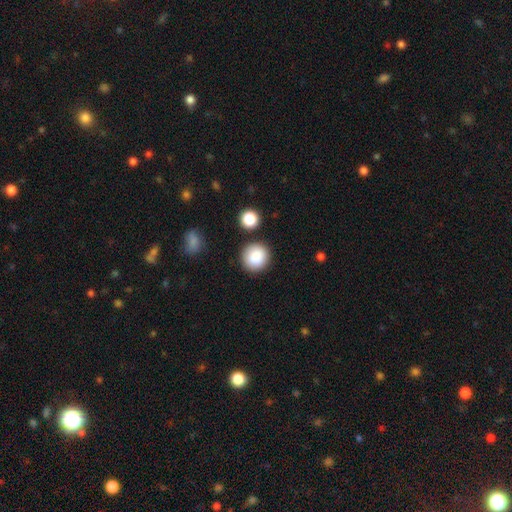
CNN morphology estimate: smooth-or-featured: smooth: 88% | star or artifact: 8% | featured or disk: 5%
  how-rounded: round: 92% | in between: 7% | cigar-shaped: 1%
  merging: none: 85% | minor disturbance: 8% | merger: 5% | major disturbance: 3%